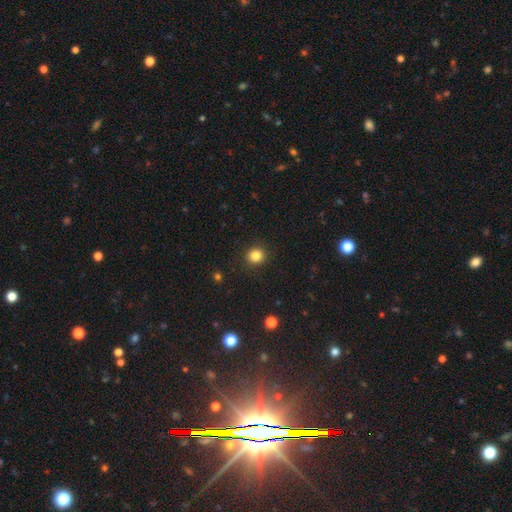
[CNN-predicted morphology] smooth-or-featured: smooth: 84% | star or artifact: 12% | featured or disk: 5%
  how-rounded: round: 88% | in between: 11% | cigar-shaped: 1%
  merging: none: 91% | minor disturbance: 6% | major disturbance: 2% | merger: 1%